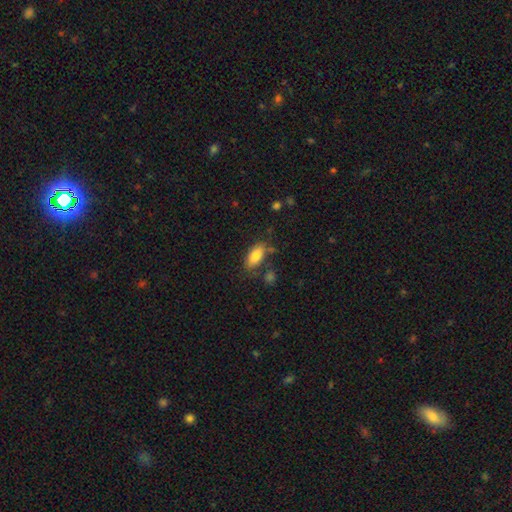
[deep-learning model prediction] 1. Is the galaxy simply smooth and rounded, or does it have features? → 83% smooth, 10% featured or disk, 8% star or artifact.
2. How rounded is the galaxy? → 88% in between, 9% cigar-shaped, 3% round.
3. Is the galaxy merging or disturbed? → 68% none, 18% minor disturbance, 7% merger, 6% major disturbance.